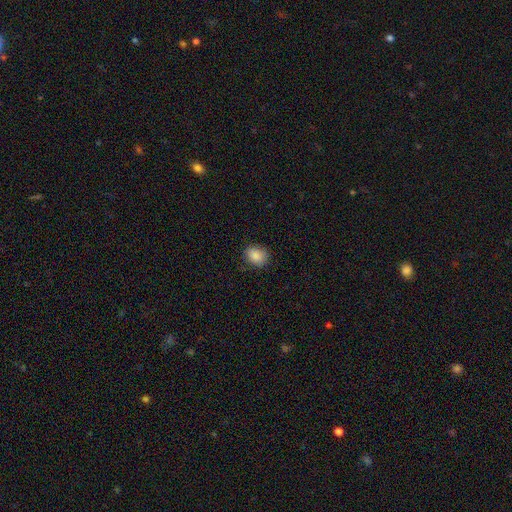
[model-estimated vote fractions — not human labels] Overall: smooth (88%). How rounded: round (50%; in between 49%). Merging: none (83%).